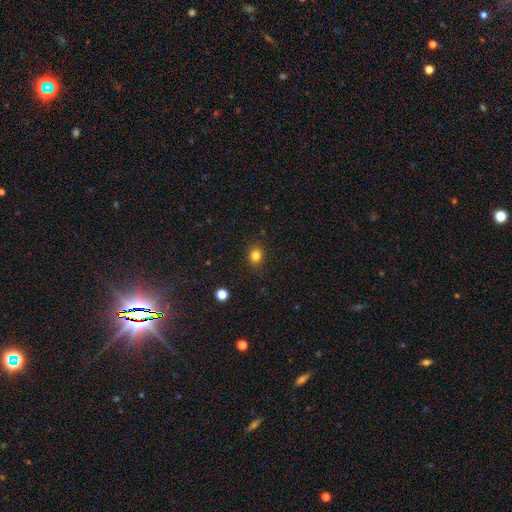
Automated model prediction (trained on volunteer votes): This appears to be a smooth galaxy with no disk features (83%) that is round (64%). Merging: none (89%).